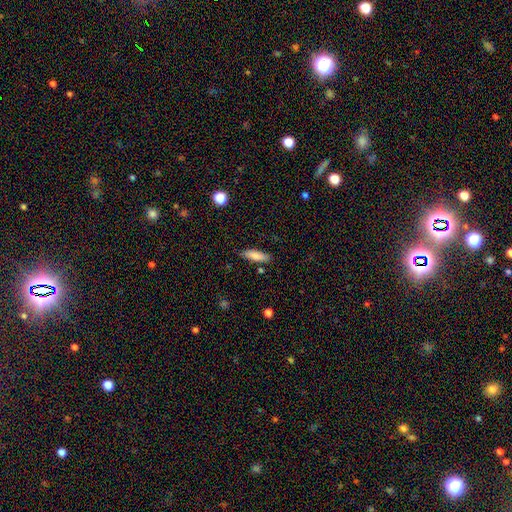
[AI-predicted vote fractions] Smooth or featured? Predicted: smooth (p=0.81). How rounded? Predicted: cigar-shaped (p=0.61). Merging? Predicted: none (p=0.83).